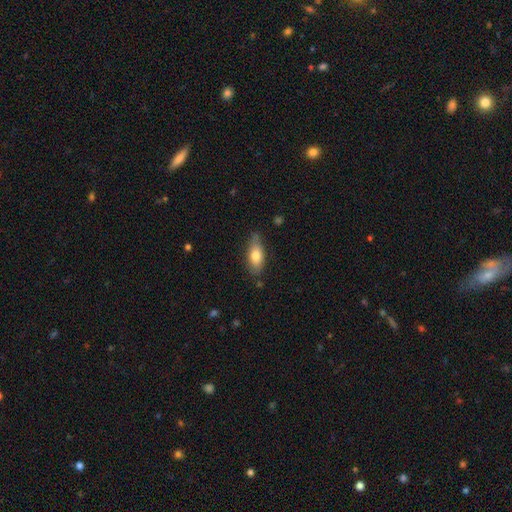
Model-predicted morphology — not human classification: A smooth galaxy with no disk features (73%) that is in between round and cigar-shaped (78%). Merging: none (72%).